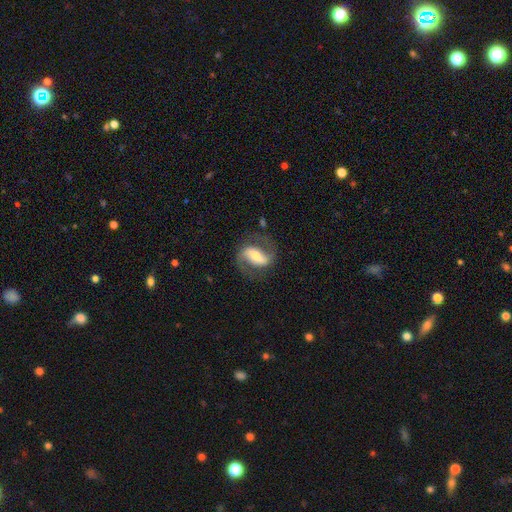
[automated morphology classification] This is likely a featured or disk galaxy (75%). It is clearly not viewed edge-on (95%). Bar: possibly strong (52%). Spiral arm pattern: clearly yes (89%). Spiral arm count: clearly 2 (89%). Spiral winding: possibly medium (48%). Central bulge: possibly moderate (57%). Merging: likely none (72%).